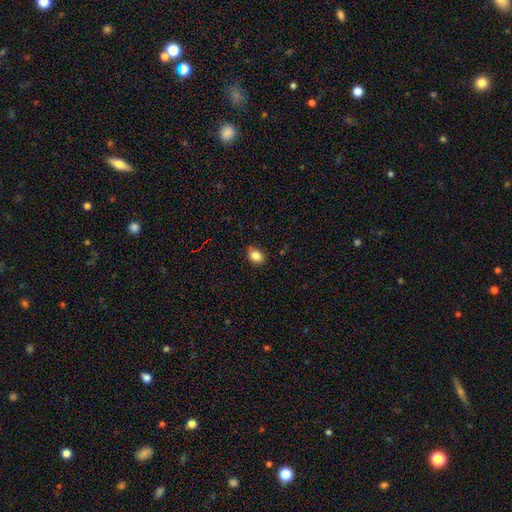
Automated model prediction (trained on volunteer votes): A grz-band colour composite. It shows a smooth galaxy with no disk features (85%) that is in between round and cigar-shaped (70%). Merging: none (84%).